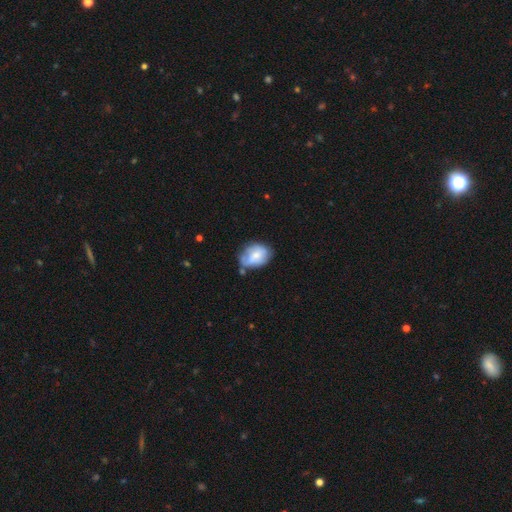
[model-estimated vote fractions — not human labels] Smooth or featured?
  - smooth: 62% *
  - featured or disk: 31%
  - star or artifact: 7%
How rounded?
  - in between: 76% *
  - round: 23%
  - cigar-shaped: 1%
Merging?
  - none: 46% *
  - minor disturbance: 35%
  - major disturbance: 12%
  - merger: 8%